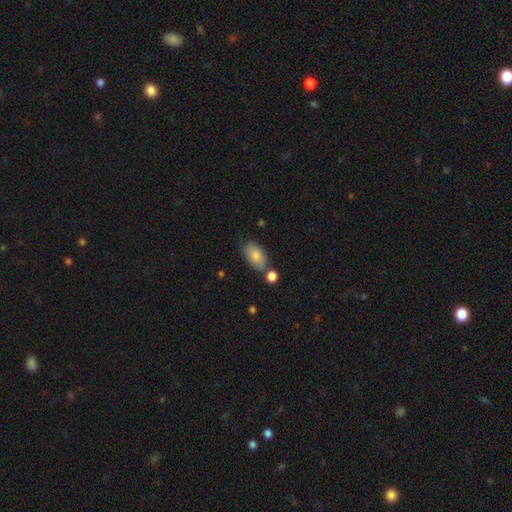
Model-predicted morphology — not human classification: Smooth or featured? smooth (83%)
How rounded? in between (93%)
Merging? none (64%)